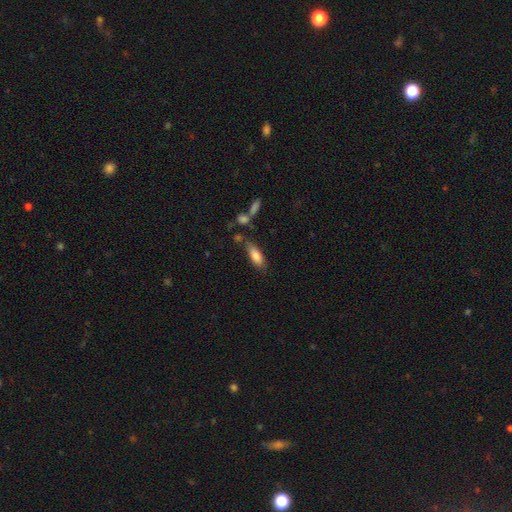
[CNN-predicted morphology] Smooth or featured? smooth (80%)
How rounded? in between (69%)
Merging? none (65%)